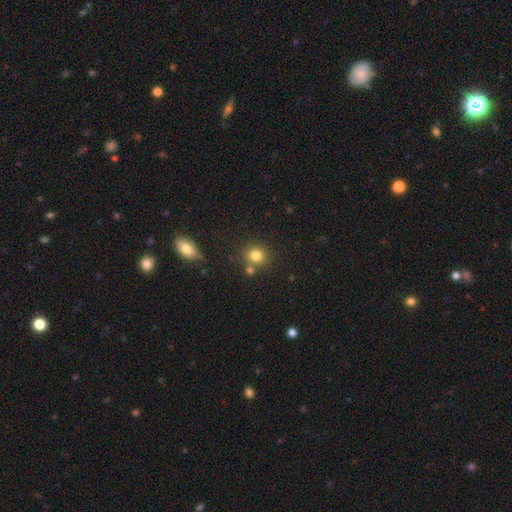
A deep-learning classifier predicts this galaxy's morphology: Q: Smooth or featured?
A: smooth (80%); runner-up: star or artifact (13%)
Q: How rounded?
A: round (83%); runner-up: in between (16%)
Q: Merging?
A: none (72%); runner-up: merger (15%)